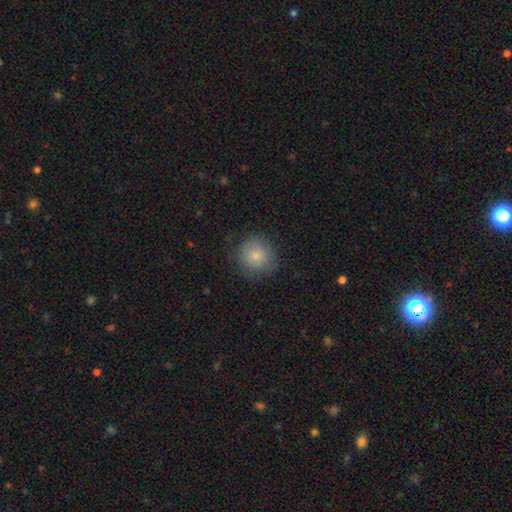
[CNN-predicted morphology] smooth_or_featured: smooth (p=0.82) [alt: featured or disk p=0.09]
how_rounded: round (p=0.92) [alt: in between p=0.08]
merging: none (p=0.80) [alt: minor disturbance p=0.15]